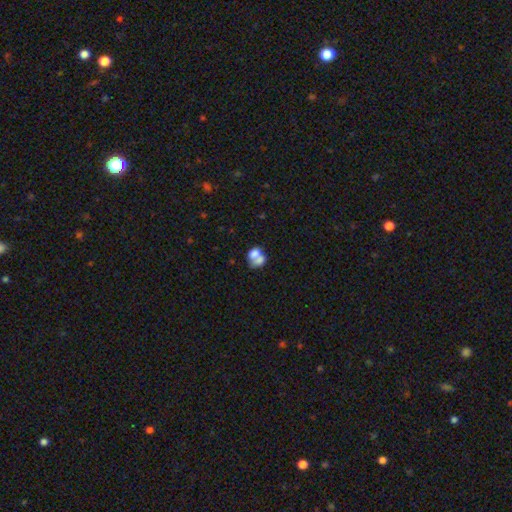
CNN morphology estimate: smooth 67%, featured or disk 24%, star or artifact 9%. Down the decision tree: how rounded — in between (61%); merging — merger (67%).